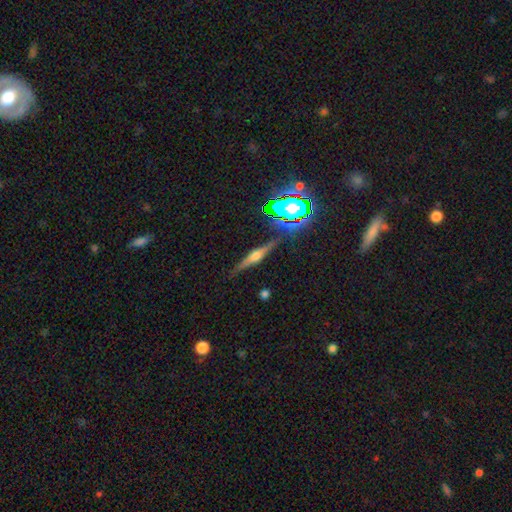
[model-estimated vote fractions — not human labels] Q: Smooth or featured?
A: featured or disk (70%); runner-up: smooth (19%)
Q: Edge-on disk?
A: yes (96%); runner-up: no (4%)
Q: Edge-on bulge?
A: rounded (86%); runner-up: boxy (10%)
Q: Merging?
A: none (84%); runner-up: minor disturbance (11%)